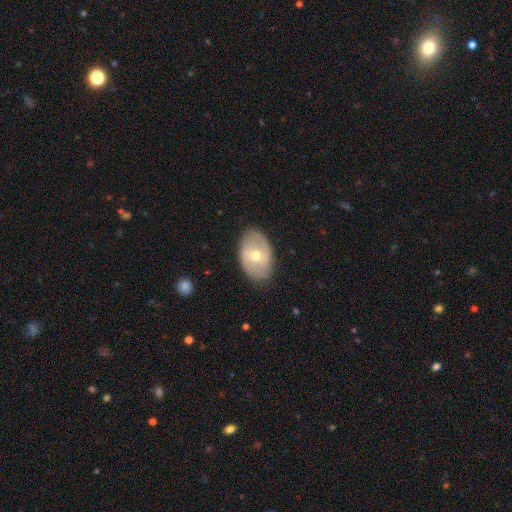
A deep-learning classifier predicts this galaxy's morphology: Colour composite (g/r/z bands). It shows a featured or disk galaxy (53%). Merging: none (80%).